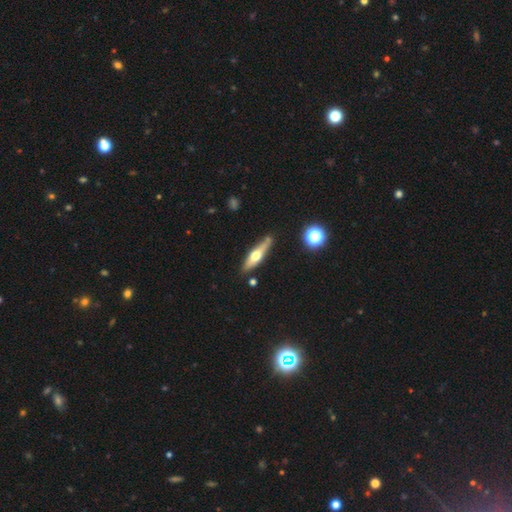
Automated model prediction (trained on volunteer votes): A featured or disk galaxy (54%) viewed edge-on (91%). Merging: none (78%).